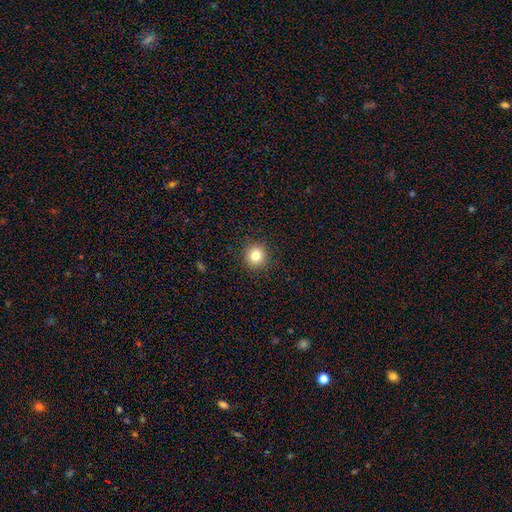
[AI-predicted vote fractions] Smooth or featured?
  - smooth: 82% *
  - star or artifact: 11%
  - featured or disk: 6%
How rounded?
  - round: 92% *
  - in between: 7%
  - cigar-shaped: 1%
Merging?
  - none: 91% *
  - minor disturbance: 6%
  - major disturbance: 2%
  - merger: 1%